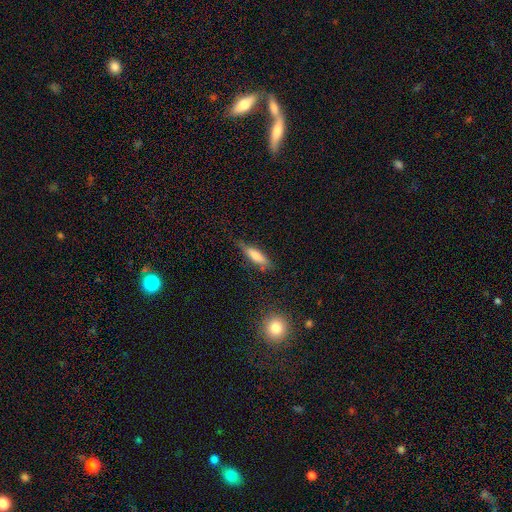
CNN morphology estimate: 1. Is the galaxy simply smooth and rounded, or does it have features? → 70% smooth, 23% featured or disk, 7% star or artifact.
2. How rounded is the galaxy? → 63% cigar-shaped, 35% in between, 2% round.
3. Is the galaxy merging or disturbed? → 71% none, 22% minor disturbance, 5% major disturbance, 2% merger.